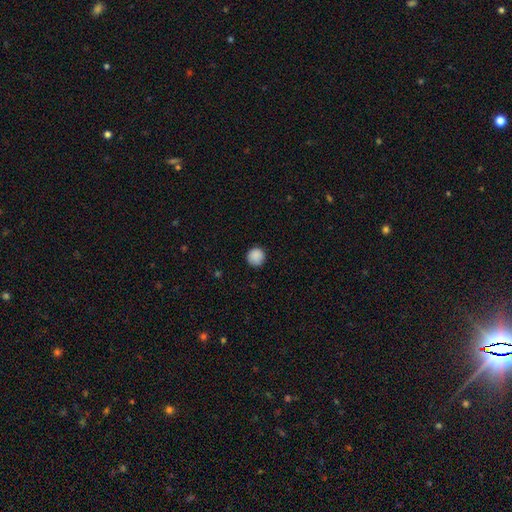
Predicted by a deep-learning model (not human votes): A smooth galaxy with no disk features (89%) that is round (95%). Merging: none (88%).